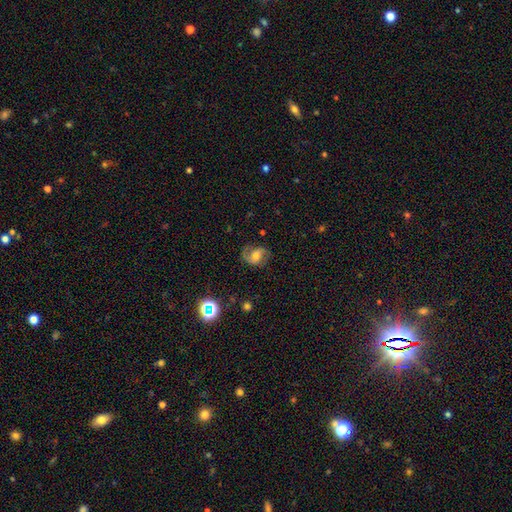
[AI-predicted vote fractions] Q: Smooth or featured?
A: featured or disk (66%); runner-up: smooth (23%)
Q: Edge-on disk?
A: no (97%); runner-up: yes (3%)
Q: Bar?
A: weak (42%); runner-up: no (38%)
Q: Spiral arms?
A: yes (91%); runner-up: no (9%)
Q: Spiral winding?
A: medium (49%); runner-up: loose (31%)
Q: Spiral arm count?
A: 2 (82%); runner-up: 1 (8%)
Q: Bulge size?
A: moderate (56%); runner-up: small (28%)
Q: Merging?
A: none (70%); runner-up: minor disturbance (19%)